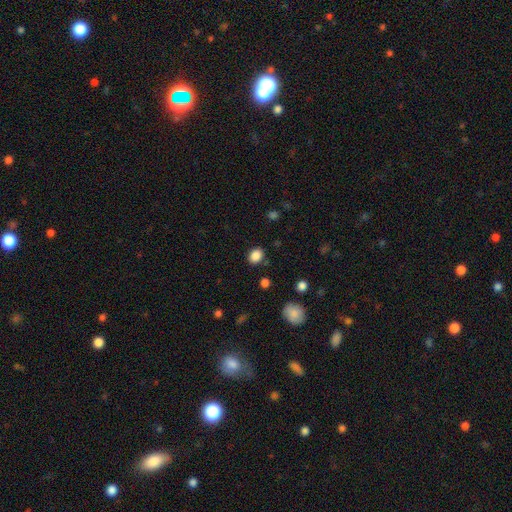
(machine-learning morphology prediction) smooth 86%, star or artifact 10%, featured or disk 4%. Down the decision tree: how rounded — in between (52%); merging — none (85%).